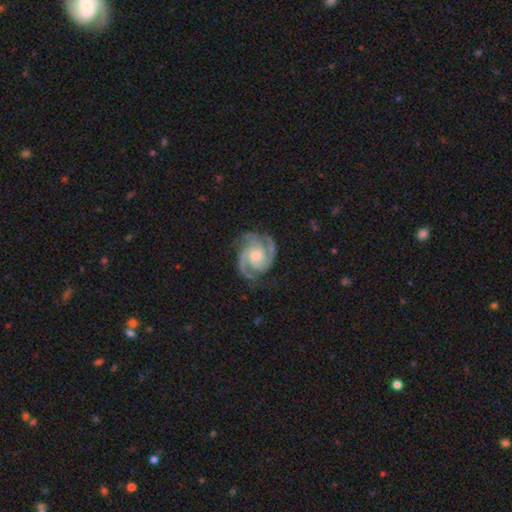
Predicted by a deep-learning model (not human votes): A featured or disk galaxy (93%) with no bar (63%), 3 (49%) tight (56%) spiral arms (99%) and a moderate central bulge (56%). Merging: none (77%).